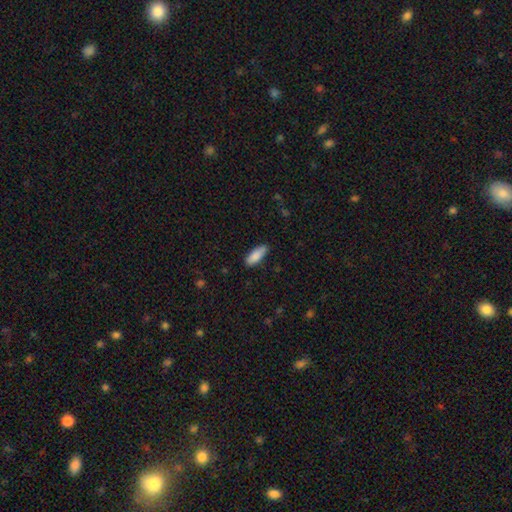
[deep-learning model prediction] Smooth or featured? smooth (88%)
How rounded? in between (77%)
Merging? none (82%)